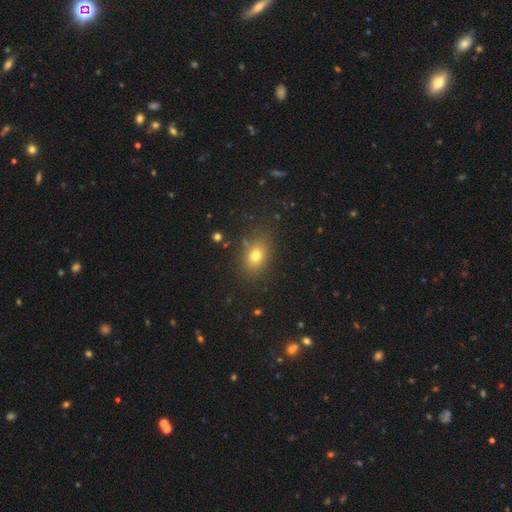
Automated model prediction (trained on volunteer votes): This is likely a smooth galaxy (73%). How rounded: likely in between (65%). Merging: clearly none (80%).